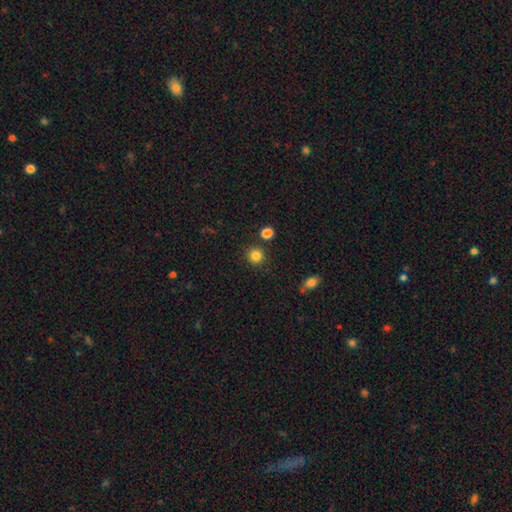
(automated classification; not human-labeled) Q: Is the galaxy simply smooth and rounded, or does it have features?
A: smooth — 84%.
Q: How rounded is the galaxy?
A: round — 92%.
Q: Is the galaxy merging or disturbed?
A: none — 86%.